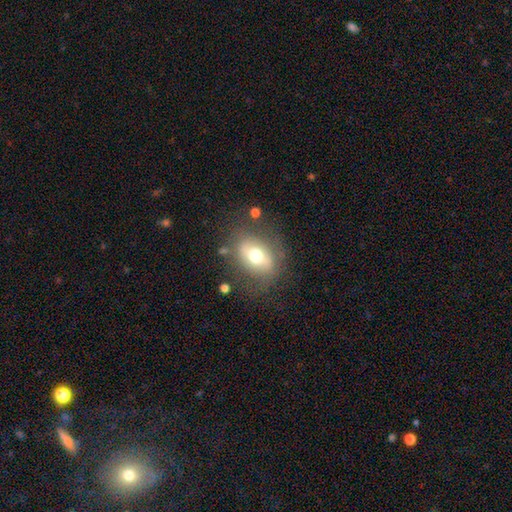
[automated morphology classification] smooth_or_featured: smooth (p=0.58) [alt: featured or disk p=0.33]
how_rounded: in between (p=0.63) [alt: round p=0.35]
merging: none (p=0.70) [alt: minor disturbance p=0.17]